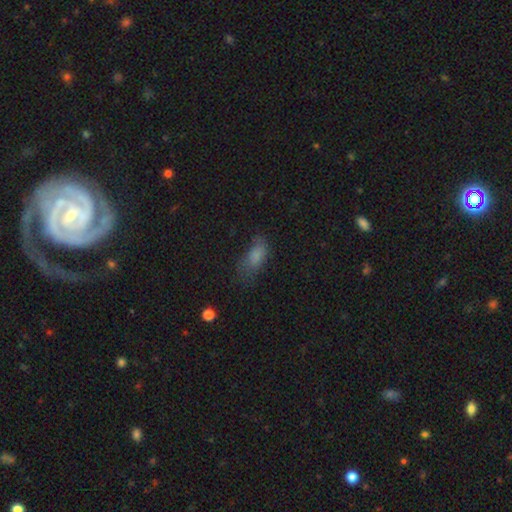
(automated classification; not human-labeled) This is likely a smooth galaxy (76%). How rounded: clearly in between (84%). Merging: possibly none (48%).